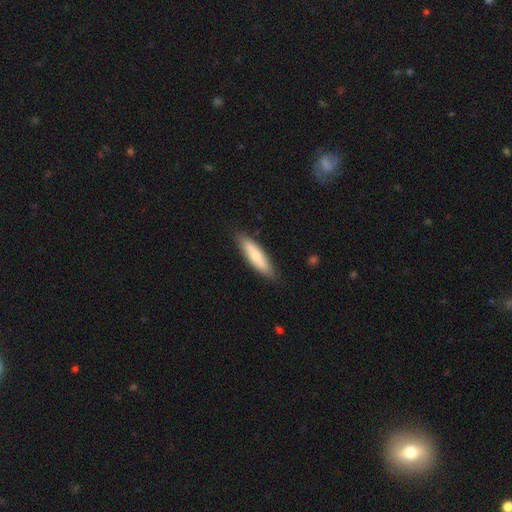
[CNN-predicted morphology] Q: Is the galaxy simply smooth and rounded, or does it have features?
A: smooth — 71%.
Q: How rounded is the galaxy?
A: cigar-shaped — 67%.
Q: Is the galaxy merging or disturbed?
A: none — 85%.